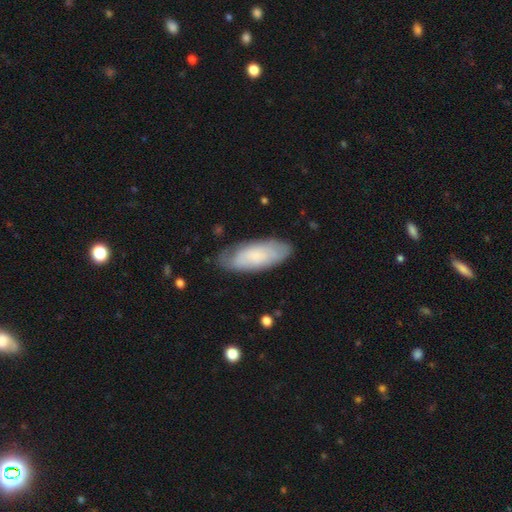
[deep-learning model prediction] Smooth or featured? Predicted: smooth (p=0.62). How rounded? Predicted: in between (p=0.78). Merging? Predicted: none (p=0.74).